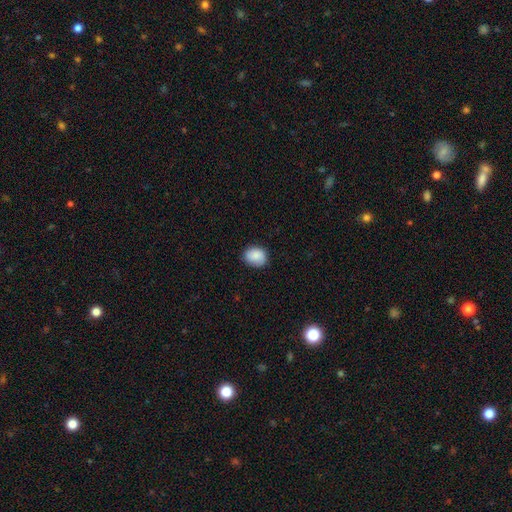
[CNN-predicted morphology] Q: Smooth or featured?
A: smooth (85%); runner-up: star or artifact (7%)
Q: How rounded?
A: round (61%); runner-up: in between (38%)
Q: Merging?
A: none (83%); runner-up: minor disturbance (13%)